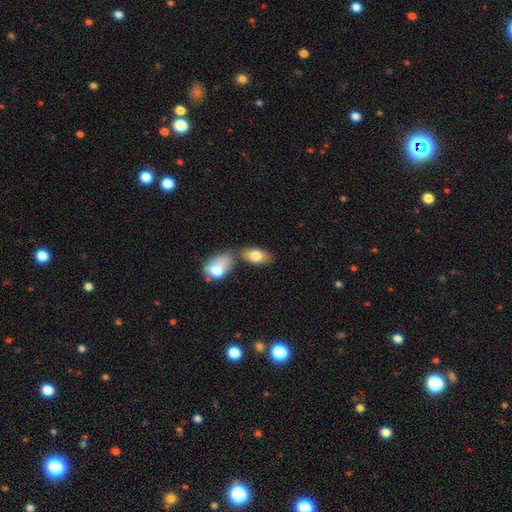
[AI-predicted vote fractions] Smooth or featured? smooth (77%)
How rounded? in between (90%)
Merging? none (47%)